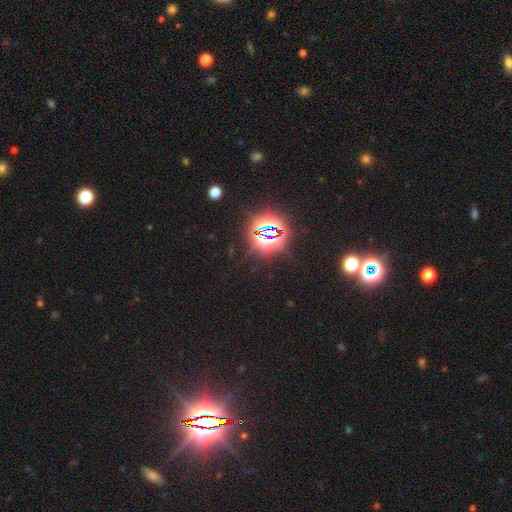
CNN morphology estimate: Smooth or featured?
  - star or artifact: 82% *
  - smooth: 12%
  - featured or disk: 6%